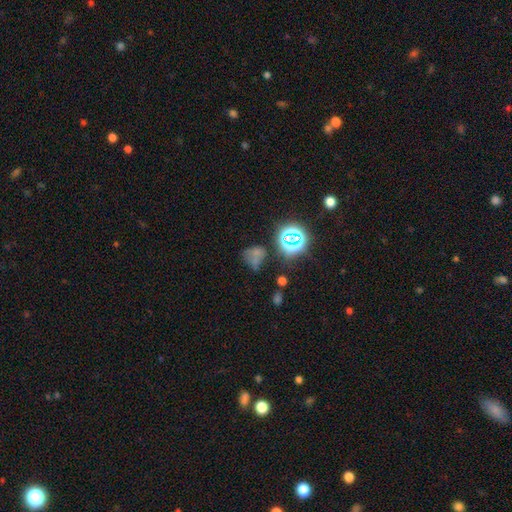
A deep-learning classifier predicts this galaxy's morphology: A smooth galaxy with no disk features (51%) that is round (55%). Merging: none (41%).